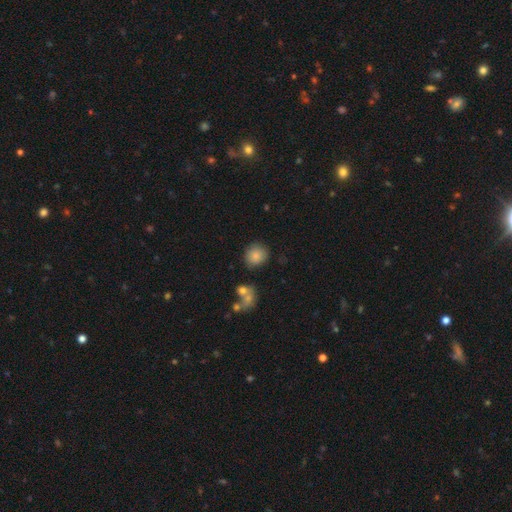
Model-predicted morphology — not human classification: Smooth or featured: smooth — 84% (star or artifact — 9%)
How rounded: round — 81% (in between — 18%)
Merging: none — 78% (minor disturbance — 12%)